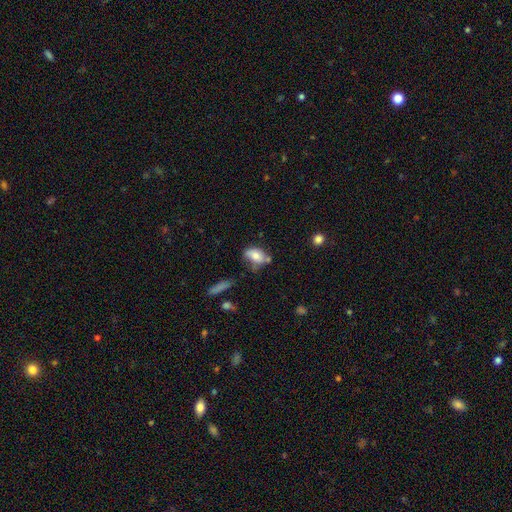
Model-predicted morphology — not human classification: type=smooth (69%); roundness=in between (85%); merging=none (43%).